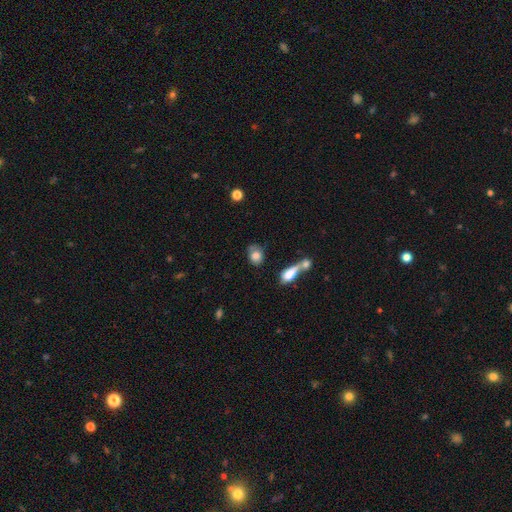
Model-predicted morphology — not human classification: The model was most divided on "how rounded": in between: 54%, round: 43%, cigar-shaped: 3%. Remaining: smooth or featured — smooth (77%); merging — none (44%).